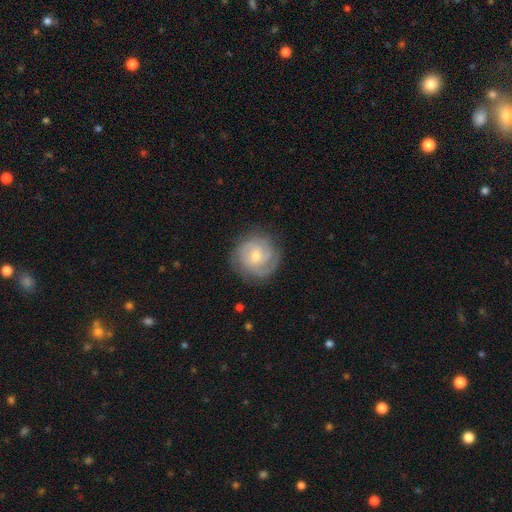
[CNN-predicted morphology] The model was most divided on "spiral arm count": 2: 34%, can't tell: 28%, 3: 23%, 1: 6%, 4: 6%, more than 4: 4%. More confident: edge-on disk — no (98%); spiral arms — yes (93%); merging — none (80%); smooth or featured — featured or disk (75%); spiral winding — tight (66%); bar — no (62%); bulge size — moderate (51%).